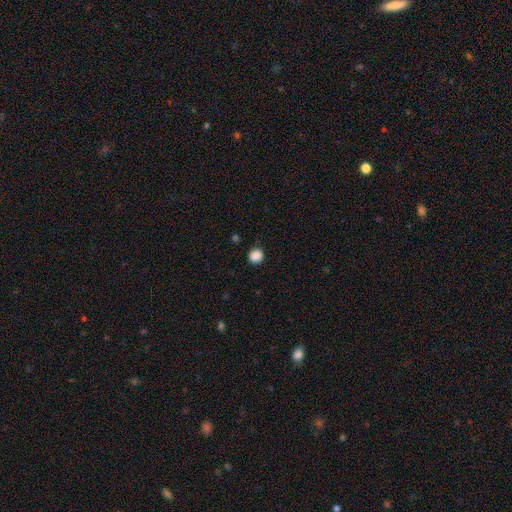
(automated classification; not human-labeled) The model was most divided on "how rounded": round: 86%, in between: 13%, cigar-shaped: 1%. More confident: smooth or featured — smooth (87%); merging — none (85%).